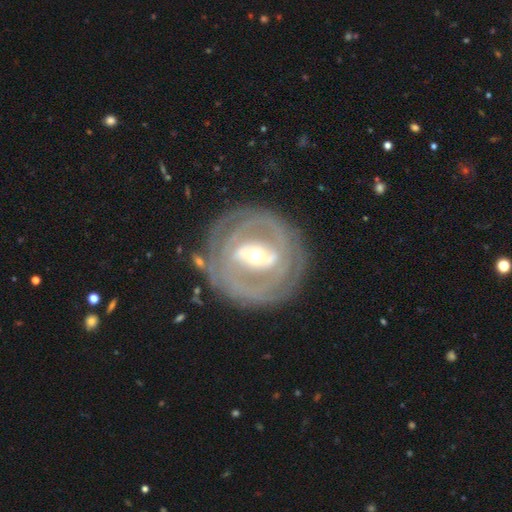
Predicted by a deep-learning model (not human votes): This appears to be a featured or disk galaxy (81%) with a strong bar (48%), spiral arms (62%) and a moderate central bulge (55%). Merging: none (78%).